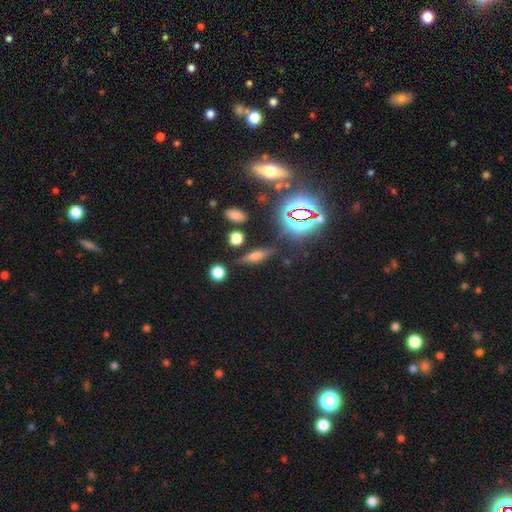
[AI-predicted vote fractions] A smooth galaxy with no disk features (48%). Merging: none (76%).